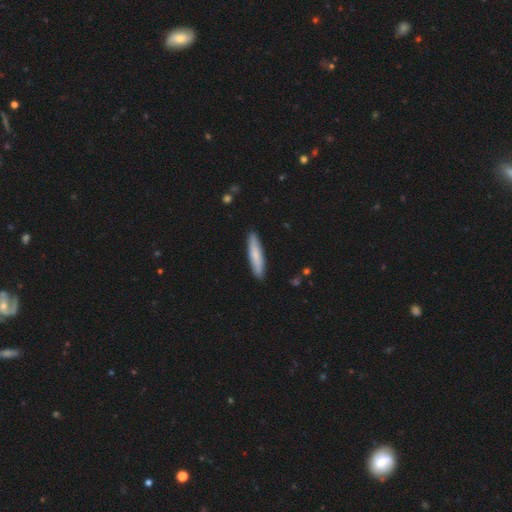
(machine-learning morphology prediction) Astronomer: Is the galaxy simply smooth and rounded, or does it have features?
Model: smooth — 77%.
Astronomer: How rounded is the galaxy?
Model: cigar-shaped — 85%.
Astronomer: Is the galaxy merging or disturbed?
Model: none — 89%.